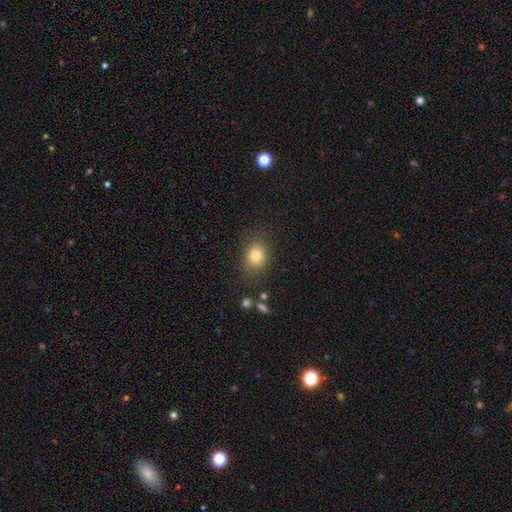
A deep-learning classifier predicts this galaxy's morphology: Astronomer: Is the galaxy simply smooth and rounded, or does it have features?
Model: smooth — 80%.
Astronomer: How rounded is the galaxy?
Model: in between — 50% (runner-up: round, 49%).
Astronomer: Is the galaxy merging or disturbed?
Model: none — 81%.